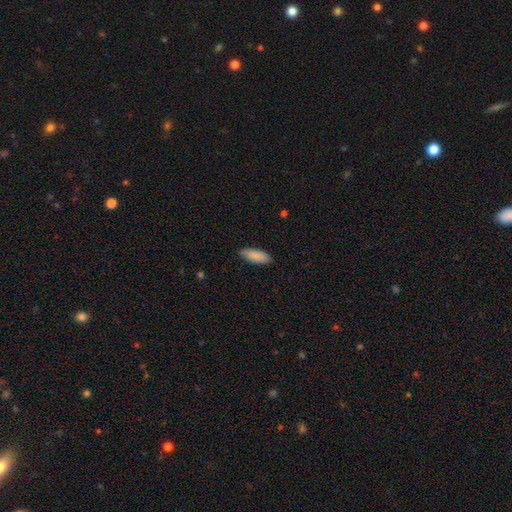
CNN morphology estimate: Q: Smooth or featured?
A: smooth (88%); runner-up: featured or disk (6%)
Q: How rounded?
A: in between (73%); runner-up: cigar-shaped (26%)
Q: Merging?
A: none (87%); runner-up: minor disturbance (11%)